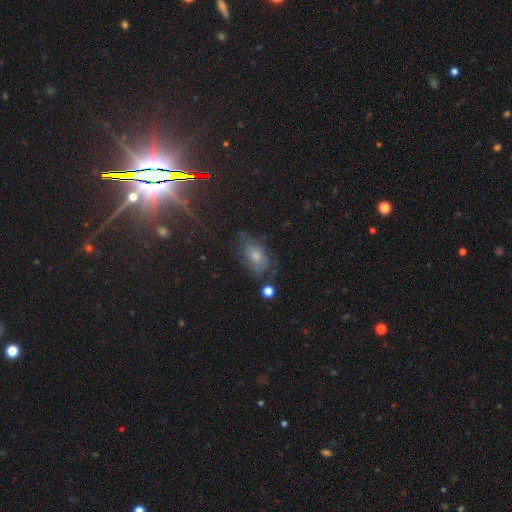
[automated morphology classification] Smooth or featured?
  - featured or disk: 36% *
  - star or artifact: 34%
  - smooth: 30%
Merging?
  - none: 66% *
  - minor disturbance: 21%
  - major disturbance: 10%
  - merger: 3%